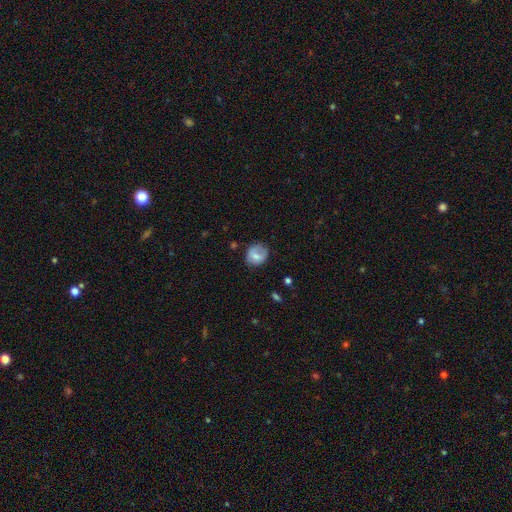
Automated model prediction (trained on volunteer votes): Smooth or featured? smooth (67%)
How rounded? round (69%)
Merging? none (62%)